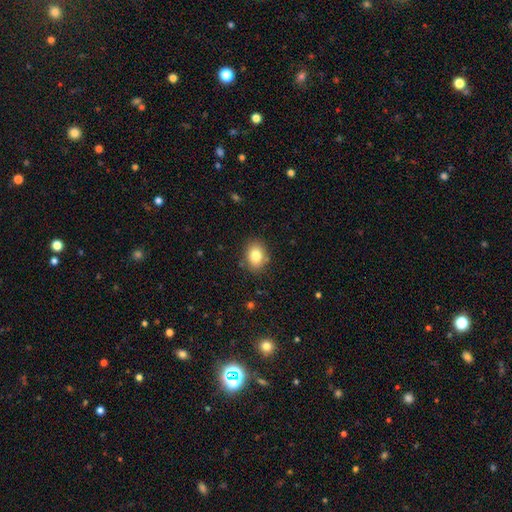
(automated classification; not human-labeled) Smooth or featured? smooth (81%)
How rounded? in between (63%)
Merging? none (85%)